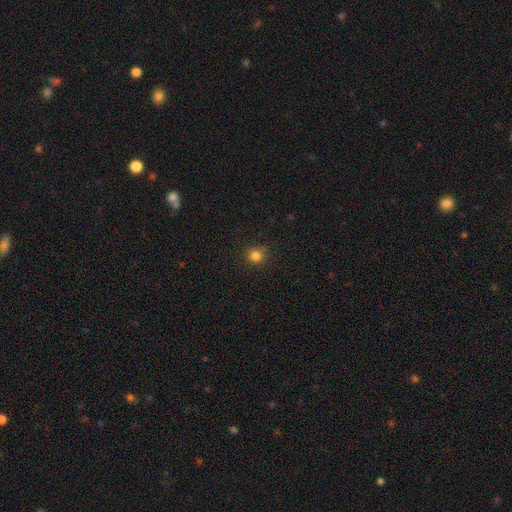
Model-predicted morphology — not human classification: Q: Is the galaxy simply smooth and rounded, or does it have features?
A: smooth — 82%.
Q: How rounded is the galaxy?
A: round — 91%.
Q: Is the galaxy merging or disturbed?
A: none — 86%.